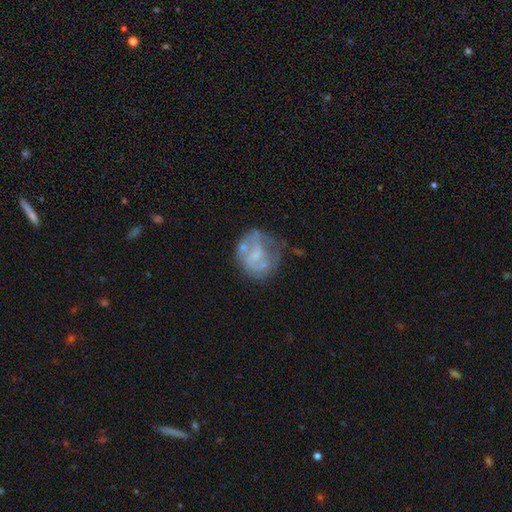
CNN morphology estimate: This appears to be a featured or disk galaxy (60%) with no bar (66%), no spiral arms (55%) and a small central bulge (49%). Merging: none (45%).